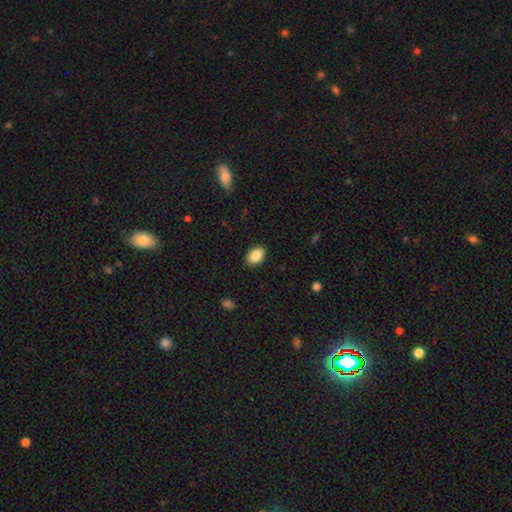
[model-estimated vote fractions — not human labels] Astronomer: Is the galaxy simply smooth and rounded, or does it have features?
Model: smooth — 88%.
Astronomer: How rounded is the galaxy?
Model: in between — 85%.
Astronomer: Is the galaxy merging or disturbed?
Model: none — 89%.